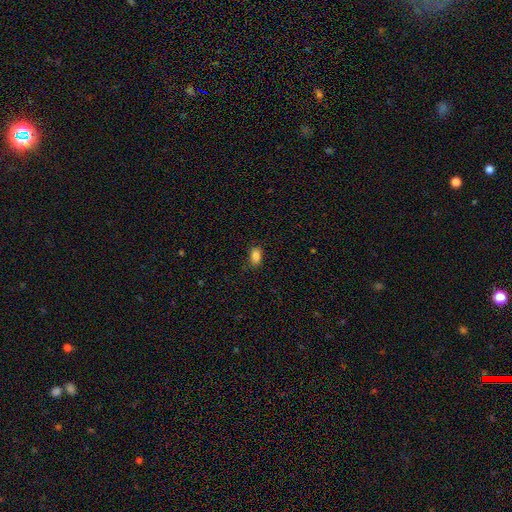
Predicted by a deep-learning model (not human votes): Q: Smooth or featured?
A: smooth (86%); runner-up: star or artifact (10%)
Q: How rounded?
A: in between (87%); runner-up: round (11%)
Q: Merging?
A: none (82%); runner-up: minor disturbance (14%)